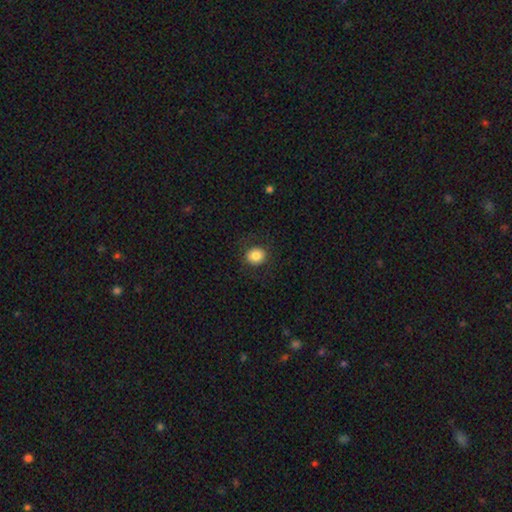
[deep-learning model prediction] Q: Smooth or featured?
A: smooth (84%); runner-up: star or artifact (9%)
Q: How rounded?
A: round (76%); runner-up: in between (23%)
Q: Merging?
A: none (87%); runner-up: minor disturbance (9%)